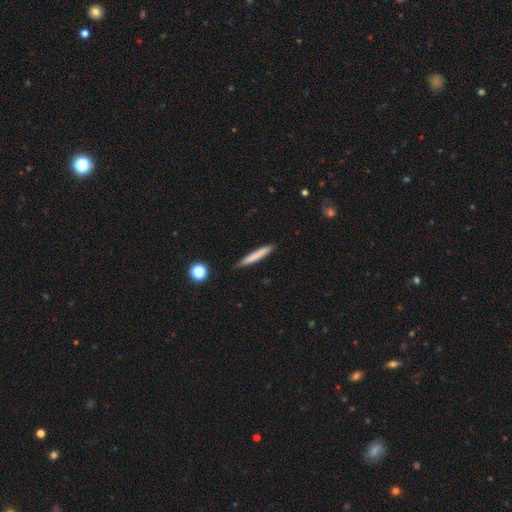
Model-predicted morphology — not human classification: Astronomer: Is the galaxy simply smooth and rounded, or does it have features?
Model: smooth — 74%.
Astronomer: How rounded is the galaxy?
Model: cigar-shaped — 95%.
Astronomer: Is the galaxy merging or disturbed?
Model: none — 86%.